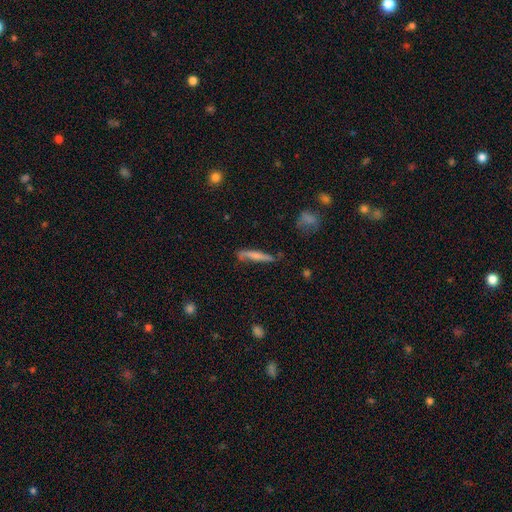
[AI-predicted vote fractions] smooth 60%, featured or disk 34%, star or artifact 6%. Down the decision tree: how rounded — cigar-shaped (92%); merging — none (68%).